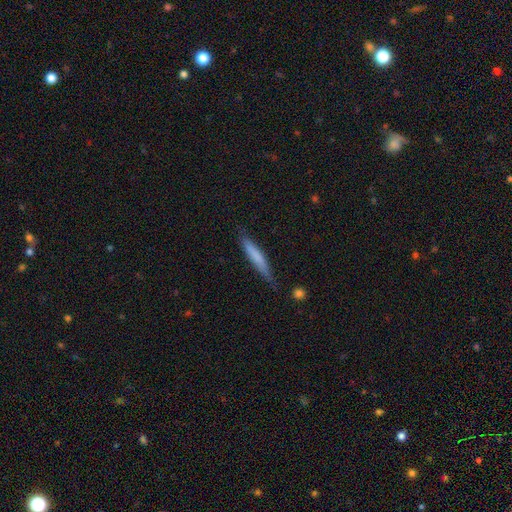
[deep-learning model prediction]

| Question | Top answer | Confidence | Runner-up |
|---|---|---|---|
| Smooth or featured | smooth | 67% | featured or disk (27%) |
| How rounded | cigar-shaped | 93% | in between (6%) |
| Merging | none | 75% | minor disturbance (19%) |